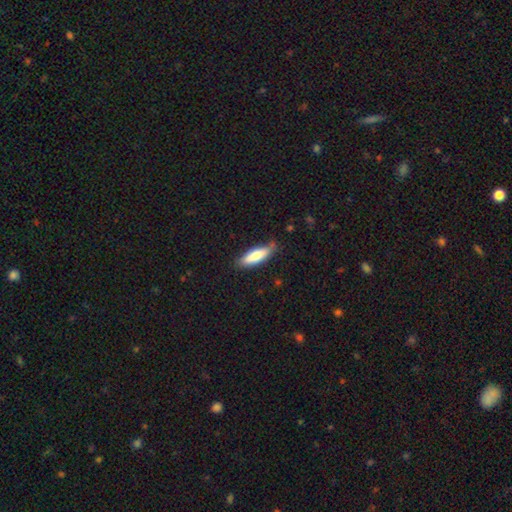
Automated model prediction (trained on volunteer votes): smooth 78%, featured or disk 17%, star or artifact 6%. Down the decision tree: how rounded — in between (49%, tied with cigar-shaped); merging — none (75%).